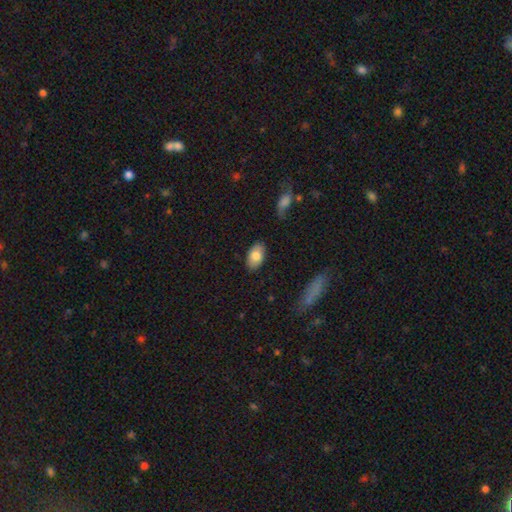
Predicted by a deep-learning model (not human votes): Smooth or featured? Predicted: smooth (p=0.80). How rounded? Predicted: in between (p=0.93). Merging? Predicted: none (p=0.85).